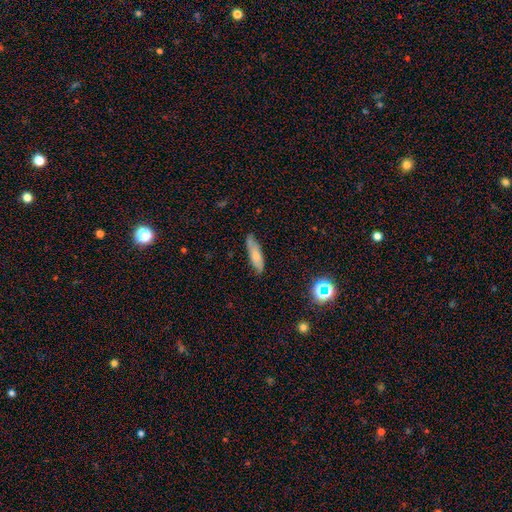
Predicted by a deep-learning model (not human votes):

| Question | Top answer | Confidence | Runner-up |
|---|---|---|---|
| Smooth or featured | smooth | 63% | featured or disk (29%) |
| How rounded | cigar-shaped | 58% | in between (40%) |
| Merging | none | 75% | minor disturbance (20%) |